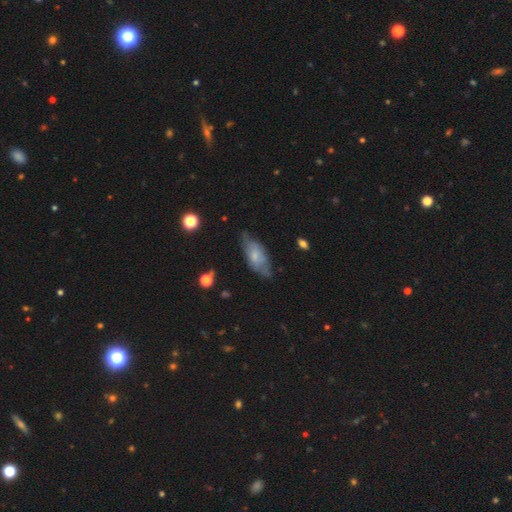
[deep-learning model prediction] A smooth galaxy with no disk features (54%) that is in between round and cigar-shaped (85%).

Vote fractions:
- Smooth or featured? smooth: 54% / featured or disk: 38% / star or artifact: 7%
- How rounded? in between: 85% / cigar-shaped: 13% / round: 3%
- Merging? none: 57% / minor disturbance: 32% / major disturbance: 9% / merger: 2%